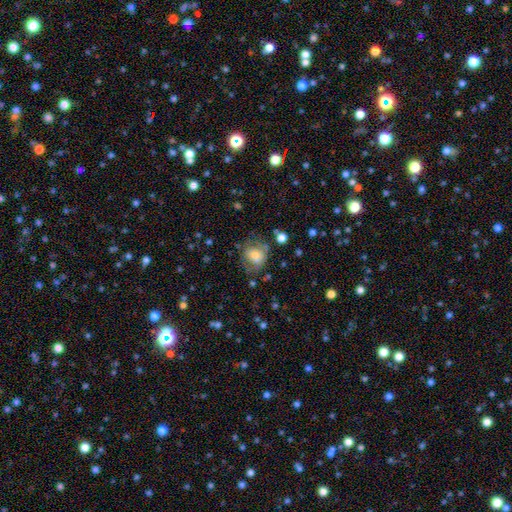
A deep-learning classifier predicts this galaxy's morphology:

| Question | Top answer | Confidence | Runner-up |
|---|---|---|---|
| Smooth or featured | smooth | 64% | featured or disk (26%) |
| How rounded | round | 61% | in between (38%) |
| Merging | none | 52% | minor disturbance (26%) |